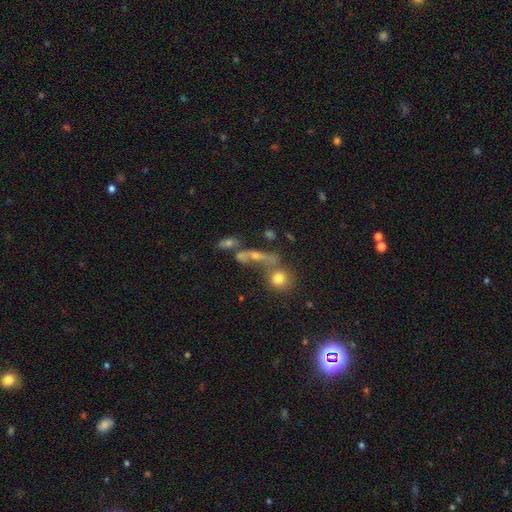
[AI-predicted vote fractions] Morphology: type=featured or disk (37%); merging=none (40%).